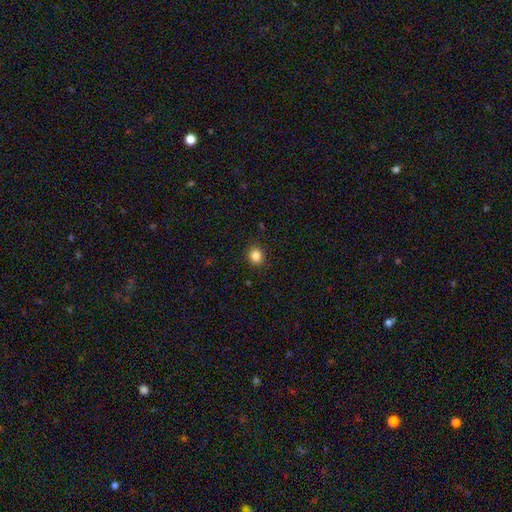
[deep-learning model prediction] The model was most divided on "how rounded": round: 86%, in between: 14%, cigar-shaped: 1%. More confident: merging — none (91%); smooth or featured — smooth (85%).